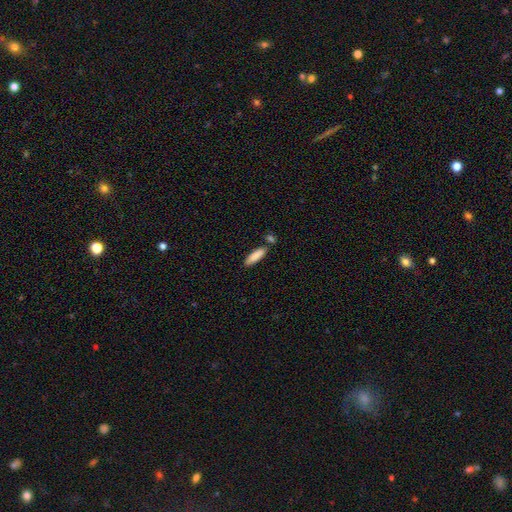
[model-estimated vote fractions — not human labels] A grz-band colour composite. It shows a smooth galaxy with no disk features (86%) that is cigar-shaped (56%). Merging: none (70%).